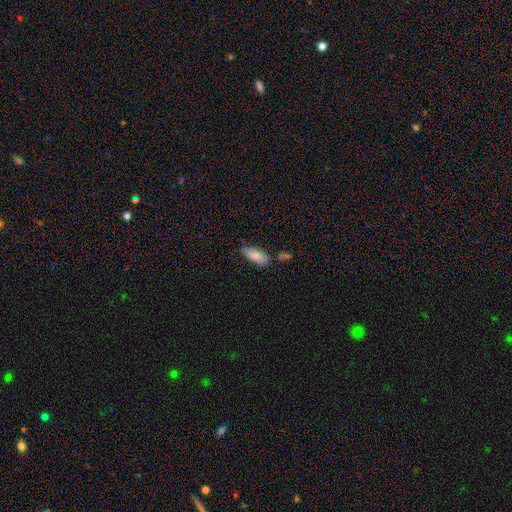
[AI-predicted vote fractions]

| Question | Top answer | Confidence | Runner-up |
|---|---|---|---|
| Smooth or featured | smooth | 79% | featured or disk (14%) |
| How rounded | in between | 83% | cigar-shaped (15%) |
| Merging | none | 66% | minor disturbance (22%) |